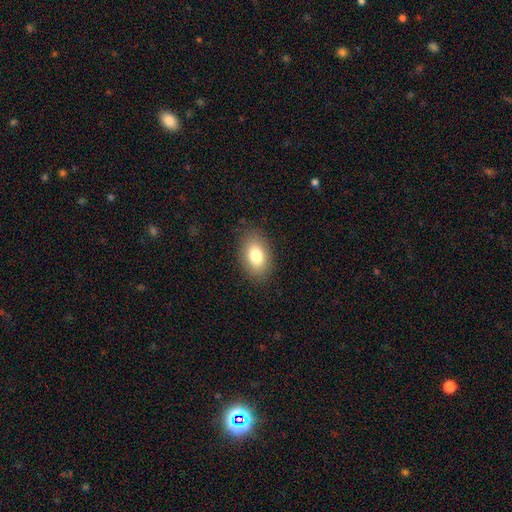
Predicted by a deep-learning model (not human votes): This is likely a smooth galaxy (79%). How rounded: clearly in between (86%). Merging: clearly none (85%).